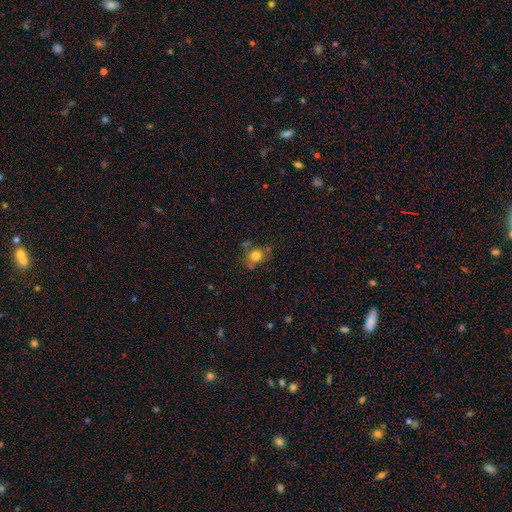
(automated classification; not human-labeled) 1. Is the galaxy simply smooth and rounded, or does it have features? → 75% smooth, 13% star or artifact, 12% featured or disk.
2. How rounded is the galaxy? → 74% round, 25% in between, 1% cigar-shaped.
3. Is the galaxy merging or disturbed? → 62% none, 19% minor disturbance, 12% merger, 7% major disturbance.